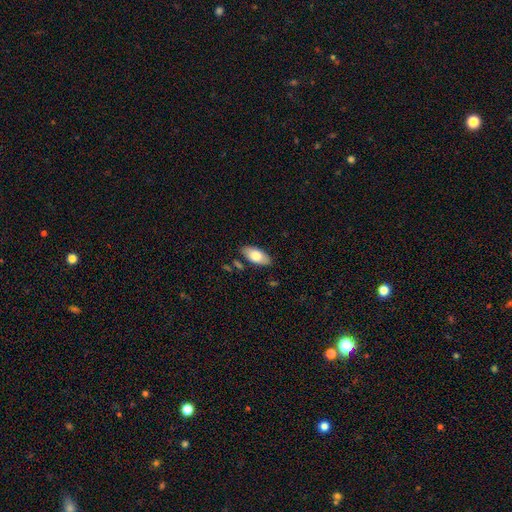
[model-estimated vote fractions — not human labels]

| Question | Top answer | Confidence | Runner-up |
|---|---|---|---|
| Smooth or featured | smooth | 75% | featured or disk (19%) |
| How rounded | in between | 91% | cigar-shaped (7%) |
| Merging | none | 83% | minor disturbance (12%) |